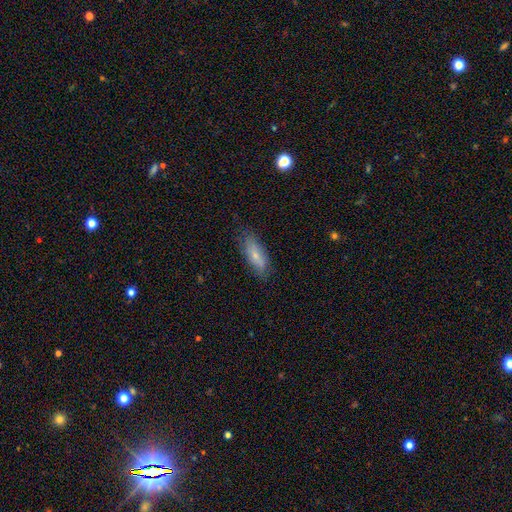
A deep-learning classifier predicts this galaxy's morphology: This appears to be a smooth galaxy with no disk features (70%) that is in between round and cigar-shaped (69%). Merging: none (75%).